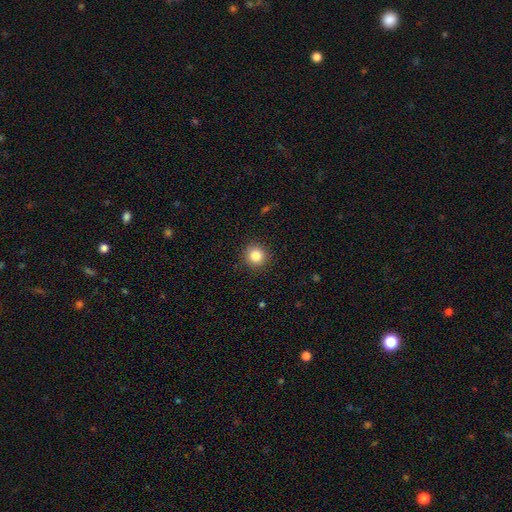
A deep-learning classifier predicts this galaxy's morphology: Smooth or featured? Predicted: smooth (p=0.84). How rounded? Predicted: round (p=0.93). Merging? Predicted: none (p=0.91).